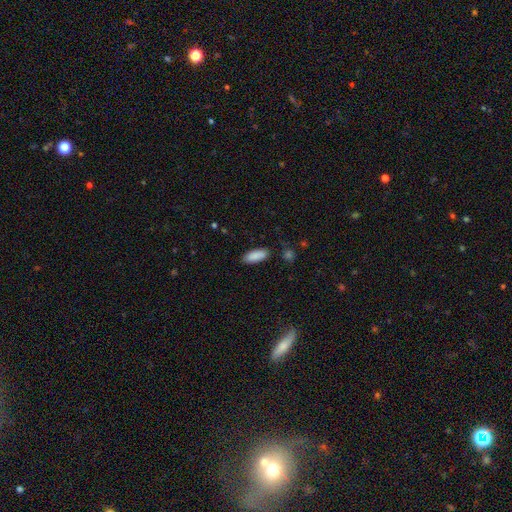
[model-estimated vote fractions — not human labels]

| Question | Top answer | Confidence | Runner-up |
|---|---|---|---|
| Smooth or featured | smooth | 89% | star or artifact (6%) |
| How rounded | in between | 76% | cigar-shaped (22%) |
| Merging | none | 85% | minor disturbance (10%) |